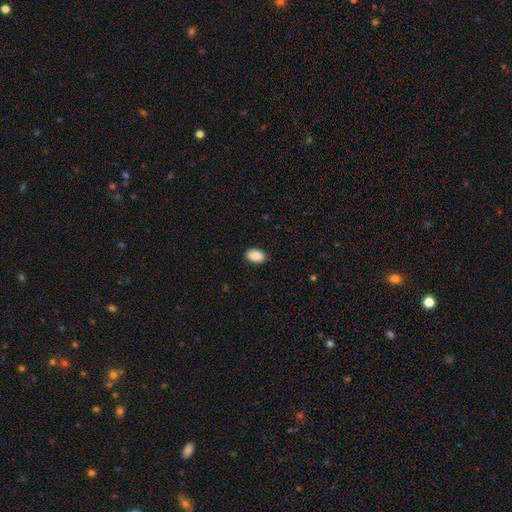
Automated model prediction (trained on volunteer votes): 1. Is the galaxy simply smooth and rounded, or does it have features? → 90% smooth, 7% star or artifact, 3% featured or disk.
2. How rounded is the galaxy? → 91% in between, 8% round, 1% cigar-shaped.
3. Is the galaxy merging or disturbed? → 90% none, 7% minor disturbance, 2% major disturbance, 1% merger.